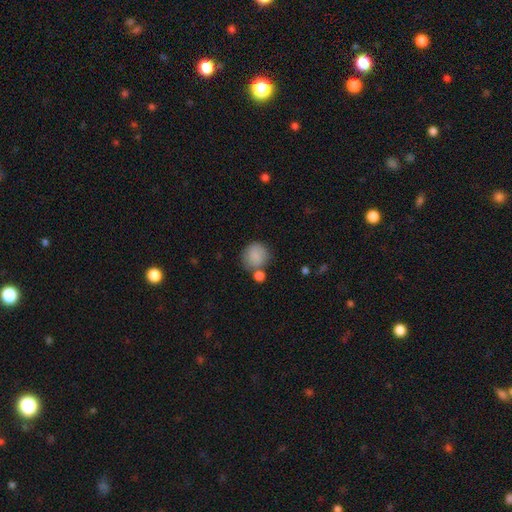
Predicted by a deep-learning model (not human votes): This appears to be a smooth galaxy with no disk features (85%) that is round (87%). Merging: none (61%).